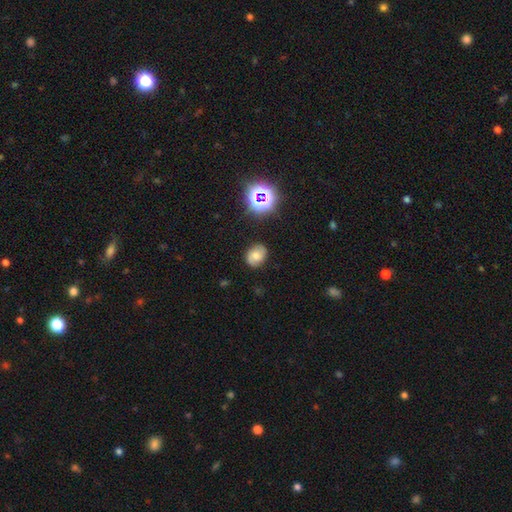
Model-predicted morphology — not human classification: smooth 55%, featured or disk 29%, star or artifact 16%. Down the decision tree: how rounded — in between (53%); merging — none (81%).